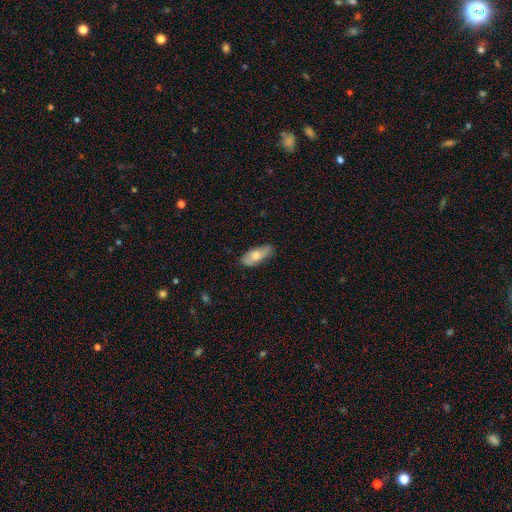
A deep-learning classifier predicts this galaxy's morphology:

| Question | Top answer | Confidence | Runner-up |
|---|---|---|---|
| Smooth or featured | smooth | 64% | featured or disk (30%) |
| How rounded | in between | 82% | cigar-shaped (15%) |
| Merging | none | 76% | minor disturbance (19%) |